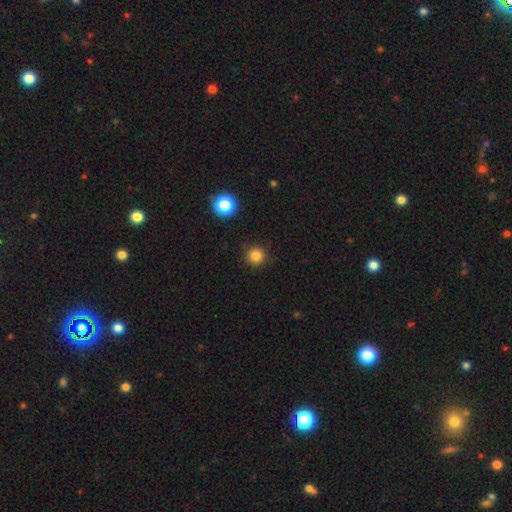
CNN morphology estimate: smooth 82%, star or artifact 13%, featured or disk 4%. Down the decision tree: how rounded — round (95%); merging — none (90%).